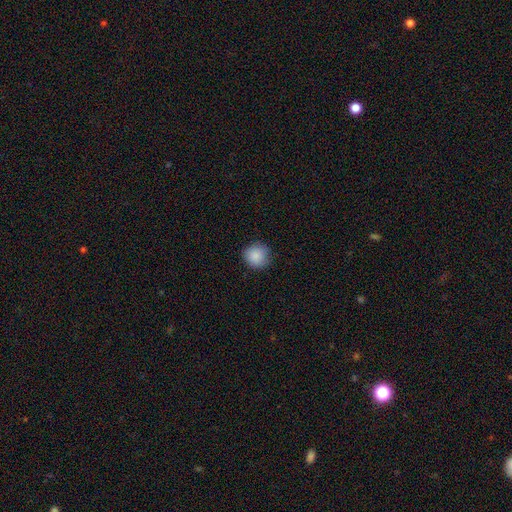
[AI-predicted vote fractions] The model was most divided on "merging": none: 86%, minor disturbance: 11%, major disturbance: 2%, merger: 1%. More confident: how rounded — round (91%); smooth or featured — smooth (88%).